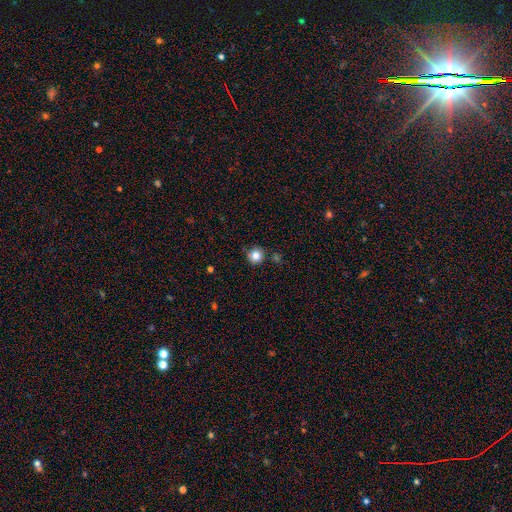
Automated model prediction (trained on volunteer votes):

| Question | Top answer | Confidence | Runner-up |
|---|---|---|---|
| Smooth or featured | smooth | 82% | star or artifact (12%) |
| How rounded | round | 93% | in between (6%) |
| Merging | none | 84% | minor disturbance (10%) |